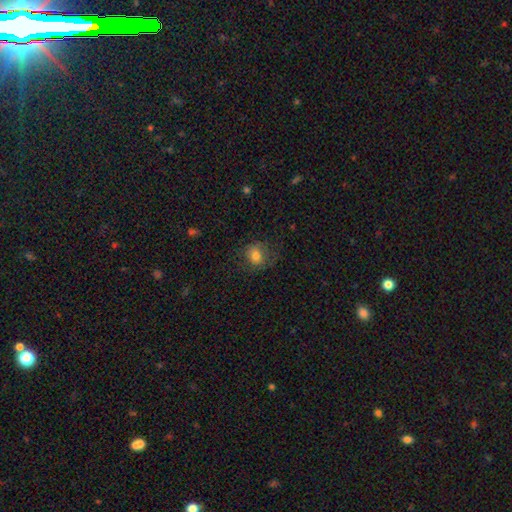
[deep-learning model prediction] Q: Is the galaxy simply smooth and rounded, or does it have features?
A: smooth — 77%.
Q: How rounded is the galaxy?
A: round — 70%.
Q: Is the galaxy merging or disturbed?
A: none — 67%.